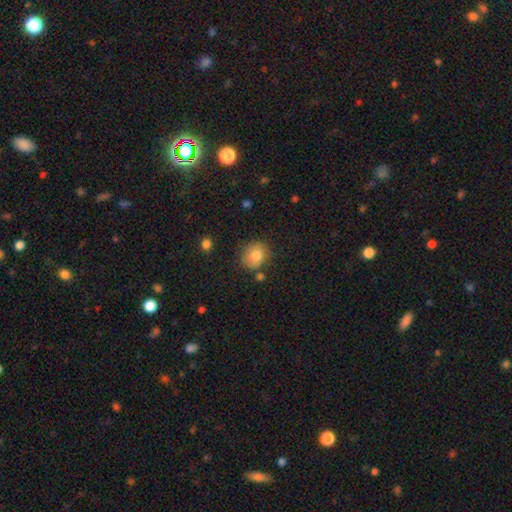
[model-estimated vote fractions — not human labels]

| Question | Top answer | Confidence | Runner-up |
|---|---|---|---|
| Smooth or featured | smooth | 80% | featured or disk (11%) |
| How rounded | round | 70% | in between (29%) |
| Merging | none | 73% | minor disturbance (17%) |